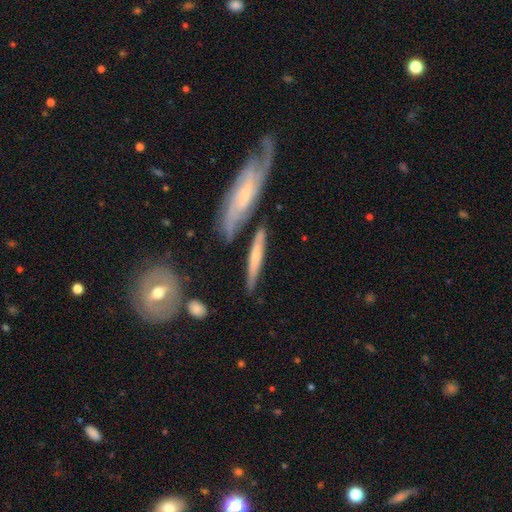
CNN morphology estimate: The model was most divided on "smooth or featured": featured or disk: 49%, smooth: 45%, star or artifact: 6%. More confident: merging — none (70%).